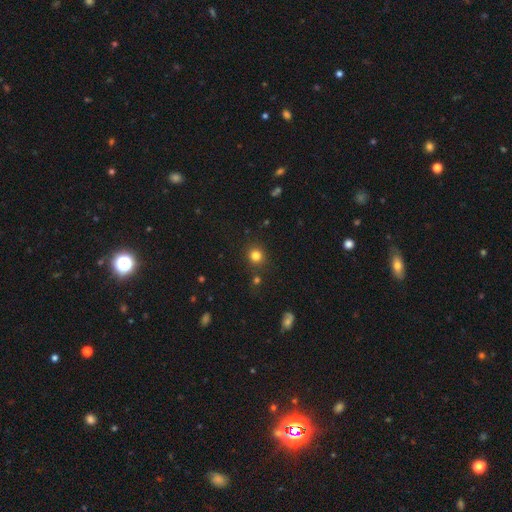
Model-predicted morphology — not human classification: Q: Smooth or featured?
A: smooth (80%); runner-up: star or artifact (14%)
Q: How rounded?
A: round (88%); runner-up: in between (11%)
Q: Merging?
A: none (86%); runner-up: minor disturbance (8%)